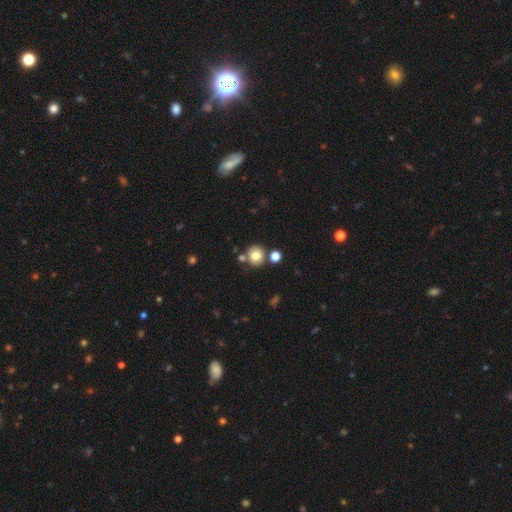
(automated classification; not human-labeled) This is likely a smooth galaxy (77%). How rounded: clearly round (88%). Merging: likely none (72%).